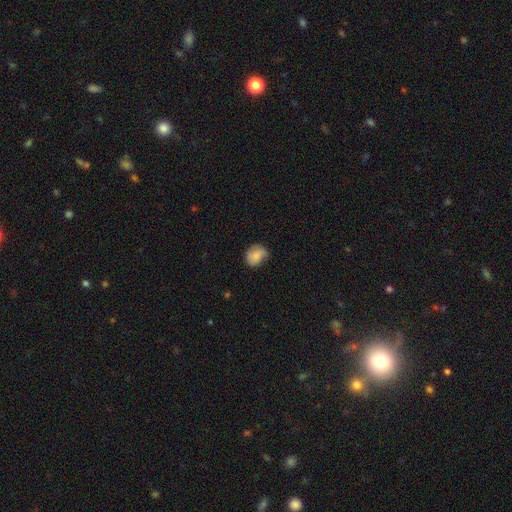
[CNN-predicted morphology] This is likely a smooth galaxy (67%). How rounded: possibly round (60%). Merging: likely none (61%).